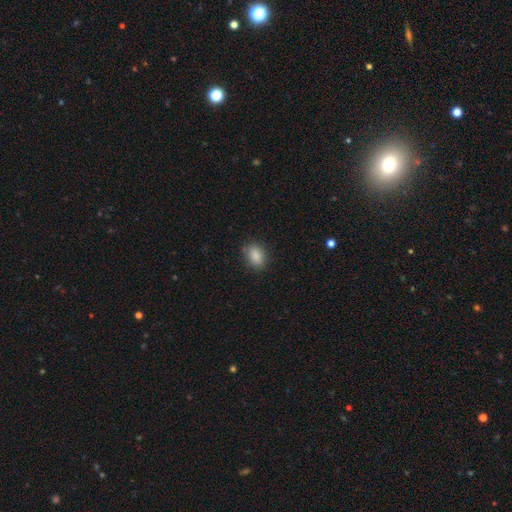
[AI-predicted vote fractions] smooth 87%, star or artifact 8%, featured or disk 5%. Down the decision tree: how rounded — in between (76%); merging — none (82%).